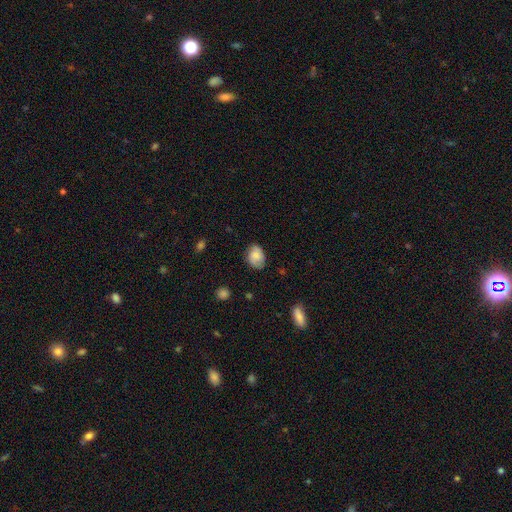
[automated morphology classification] smooth-or-featured: smooth: 73% | featured or disk: 19% | star or artifact: 8%
  how-rounded: in between: 73% | round: 26% | cigar-shaped: 1%
  merging: none: 71% | minor disturbance: 23% | major disturbance: 5% | merger: 1%